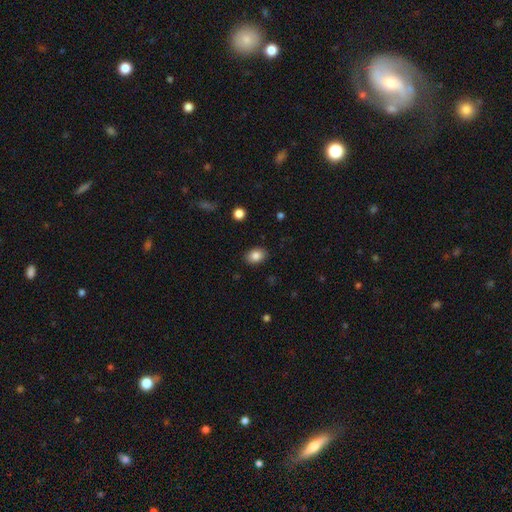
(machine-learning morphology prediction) smooth 85%, star or artifact 9%, featured or disk 6%. Down the decision tree: how rounded — in between (73%); merging — none (89%).